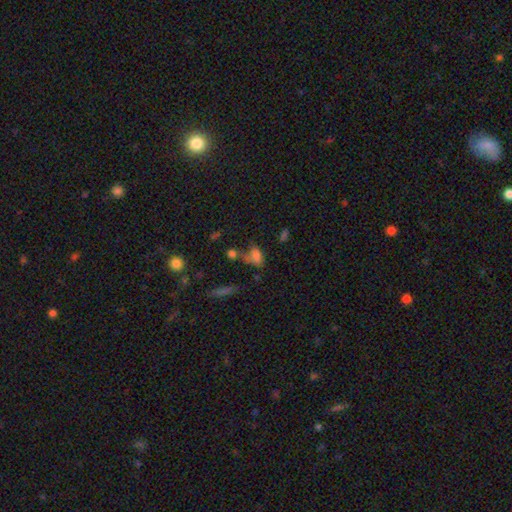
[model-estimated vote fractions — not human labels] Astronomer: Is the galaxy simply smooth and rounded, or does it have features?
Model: smooth — 71%.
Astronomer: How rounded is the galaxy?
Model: in between — 83%.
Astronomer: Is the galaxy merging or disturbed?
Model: none — 37% (runner-up: merger, 26%).